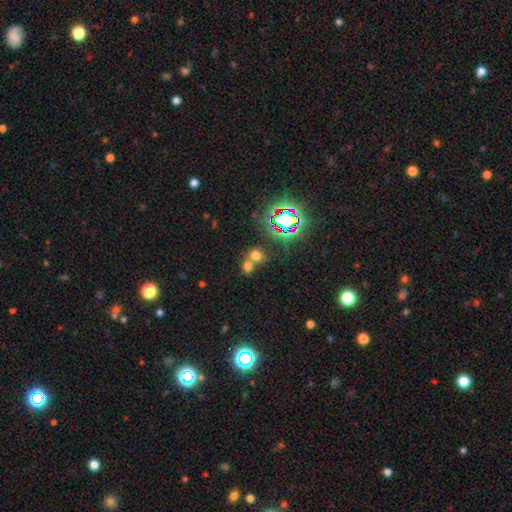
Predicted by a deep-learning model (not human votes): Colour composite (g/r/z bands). It shows a smooth galaxy with no disk features (60%) that is round (71%). Merging: merger (48%).